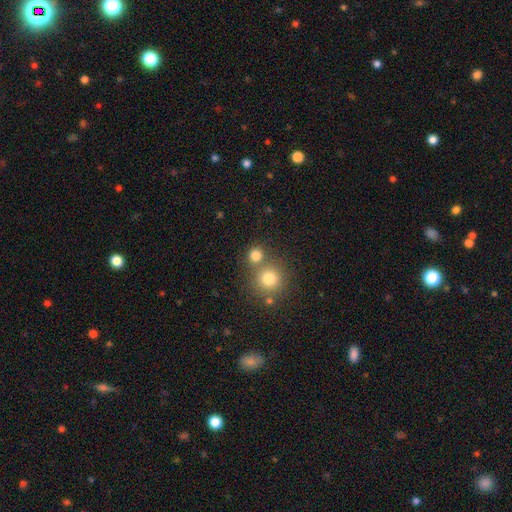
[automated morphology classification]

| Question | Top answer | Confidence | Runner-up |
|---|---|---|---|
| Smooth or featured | smooth | 79% | star or artifact (14%) |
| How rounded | round | 88% | in between (11%) |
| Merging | none | 62% | merger (27%) |